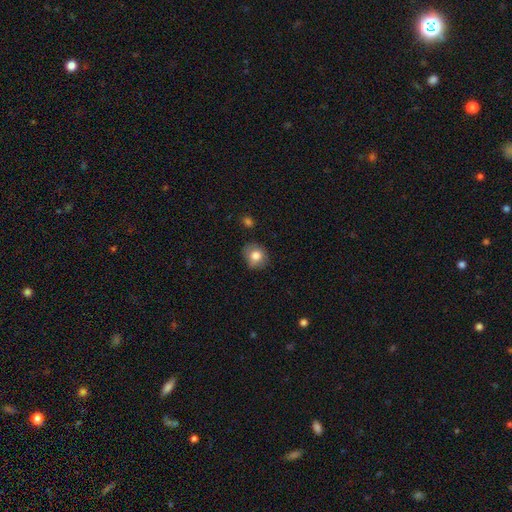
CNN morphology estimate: Smooth or featured?
  - smooth: 80% *
  - featured or disk: 11%
  - star or artifact: 9%
How rounded?
  - round: 72% *
  - in between: 27%
  - cigar-shaped: 1%
Merging?
  - none: 74% *
  - minor disturbance: 19%
  - major disturbance: 4%
  - merger: 2%